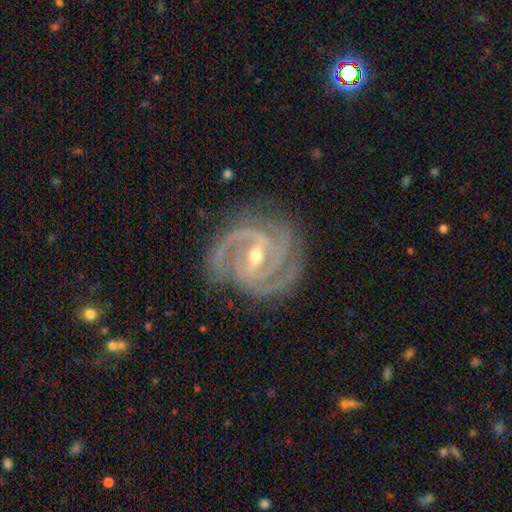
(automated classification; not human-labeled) smooth_or_featured: featured or disk (p=0.93) [alt: star or artifact p=0.04]
disk_edge_on: no (p=0.98) [alt: yes p=0.02]
bar: strong (p=0.42) [tied with: weak p=0.42]
has_spiral_arms: yes (p=0.99) [alt: no p=0.01]
spiral_winding: tight (p=0.67) [alt: medium p=0.29]
spiral_arm_count: 3 (p=0.47) [alt: 2 p=0.24]
bulge_size: moderate (p=0.53) [alt: small p=0.45]
merging: none (p=0.80) [alt: minor disturbance p=0.15]